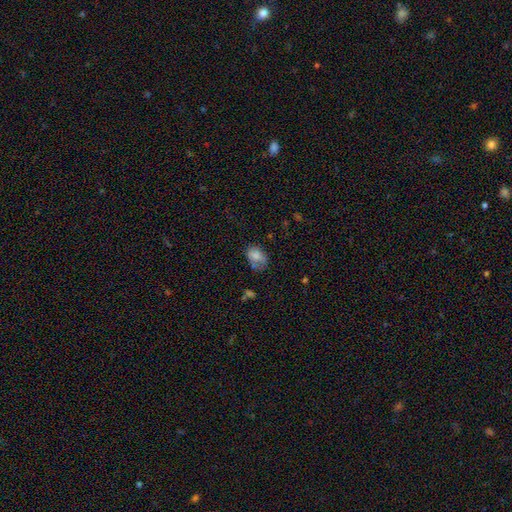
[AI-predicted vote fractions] smooth 76%, featured or disk 15%, star or artifact 10%. Down the decision tree: how rounded — in between (79%); merging — none (48%).